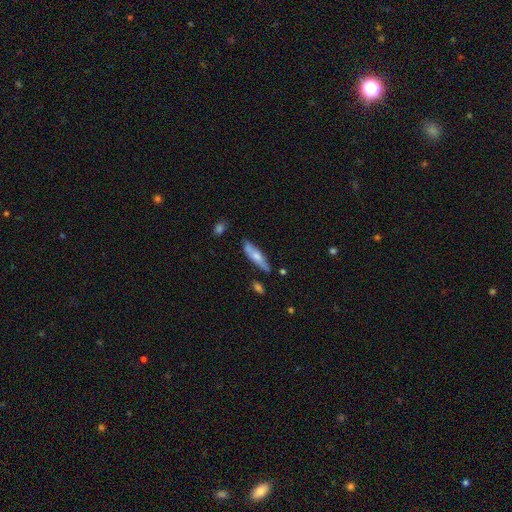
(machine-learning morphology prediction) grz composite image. It shows a smooth galaxy with no disk features (60%) that is cigar-shaped (72%). Merging: none (70%).